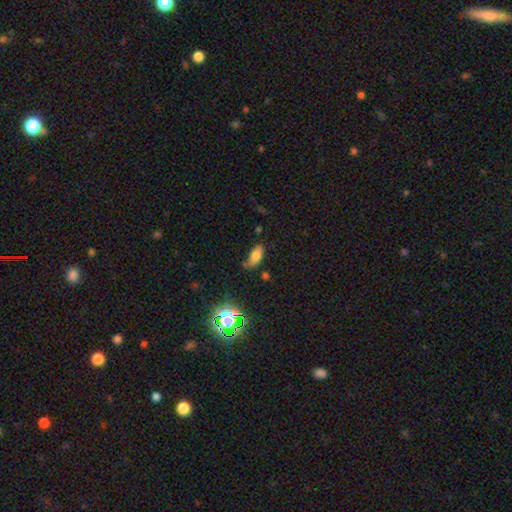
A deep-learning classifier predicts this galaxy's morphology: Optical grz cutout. It shows a smooth galaxy with no disk features (71%) that is in between round and cigar-shaped (86%). Merging: none (53%).